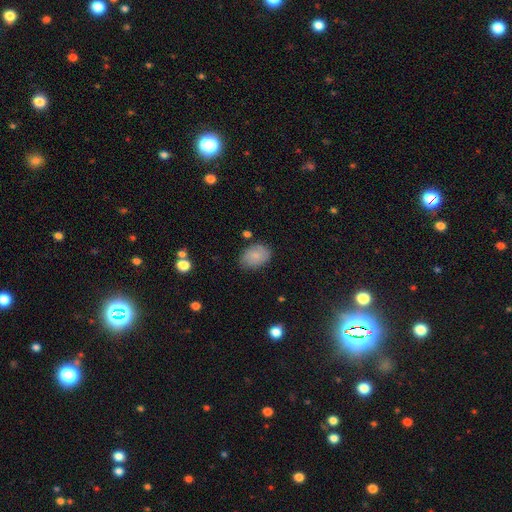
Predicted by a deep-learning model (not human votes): This is clearly a smooth galaxy (80%). How rounded: likely in between (79%). Merging: likely none (78%).